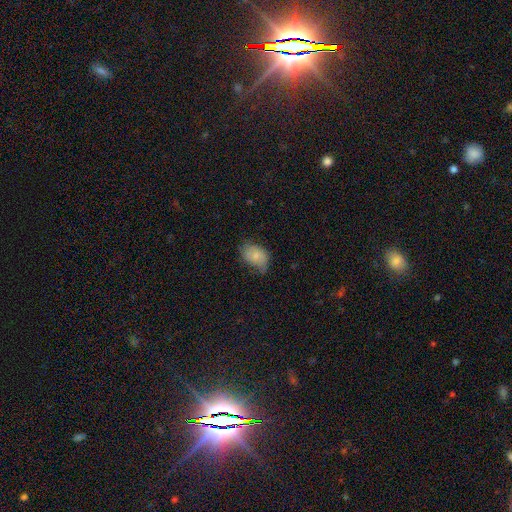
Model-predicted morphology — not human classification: A smooth galaxy with no disk features (69%) that is in between round and cigar-shaped (83%). Merging: none (54%).